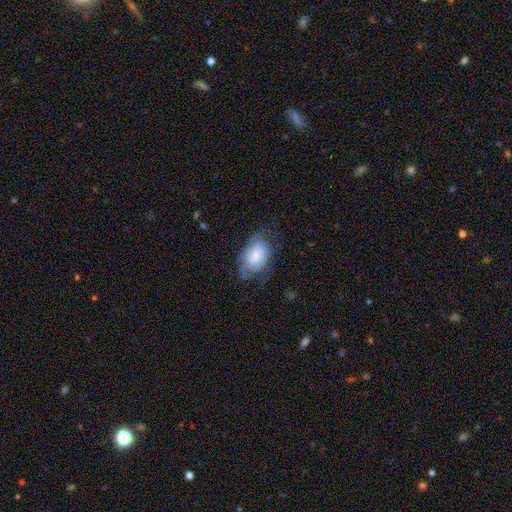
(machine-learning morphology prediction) A featured or disk galaxy (54%) with no bar (62%), spiral arms (83%) and a small central bulge (51%). Merging: none (58%).